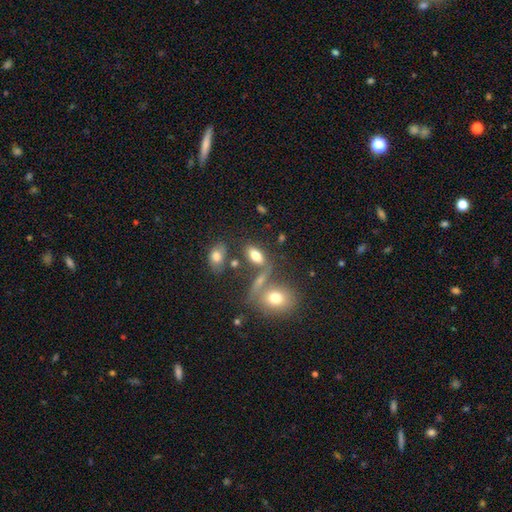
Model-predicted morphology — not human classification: smooth 74%, featured or disk 15%, star or artifact 11%. Down the decision tree: how rounded — in between (85%); merging — none (55%).